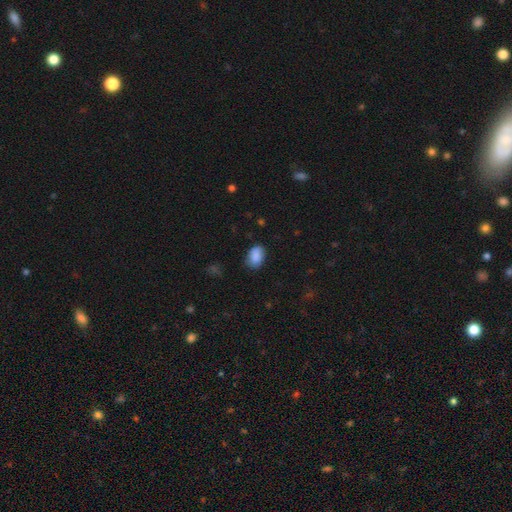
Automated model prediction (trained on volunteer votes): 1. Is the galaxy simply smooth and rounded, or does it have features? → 89% smooth, 7% star or artifact, 4% featured or disk.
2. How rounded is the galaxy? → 87% in between, 12% round, 1% cigar-shaped.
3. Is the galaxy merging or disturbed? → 79% none, 17% minor disturbance, 3% major disturbance, 1% merger.